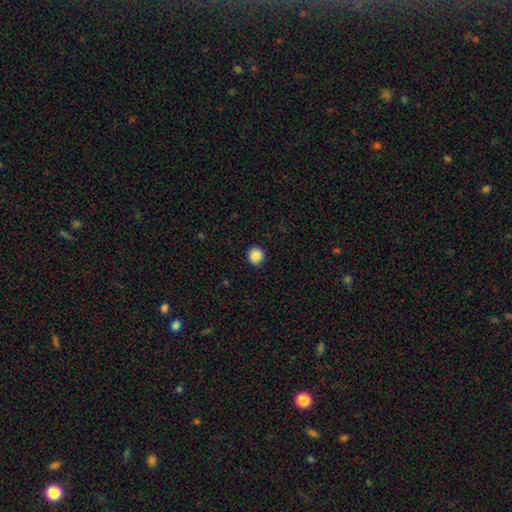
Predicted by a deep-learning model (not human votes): This appears to be a smooth galaxy with no disk features (88%) that is round (94%). Merging: none (92%).